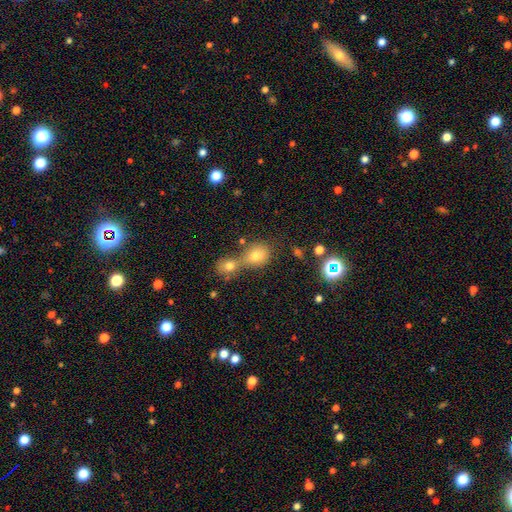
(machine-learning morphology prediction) Overall: smooth (68%). How rounded: round (64%; in between 34%). Merging: merger (50%; none 39%).